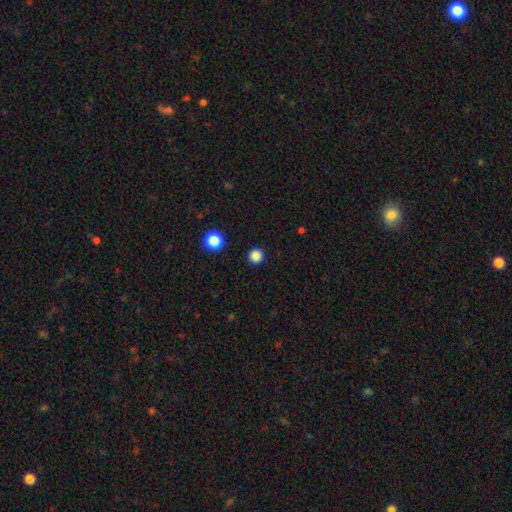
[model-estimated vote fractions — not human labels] The model was most divided on "smooth or featured": smooth: 85%, star or artifact: 13%, featured or disk: 3%. More confident: how rounded — round (96%); merging — none (93%).